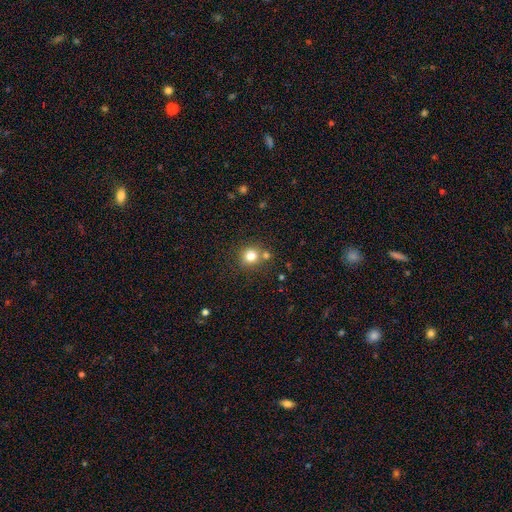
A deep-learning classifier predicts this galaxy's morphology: Q: Smooth or featured?
A: smooth (76%); runner-up: star or artifact (17%)
Q: How rounded?
A: round (90%); runner-up: in between (9%)
Q: Merging?
A: none (75%); runner-up: merger (14%)